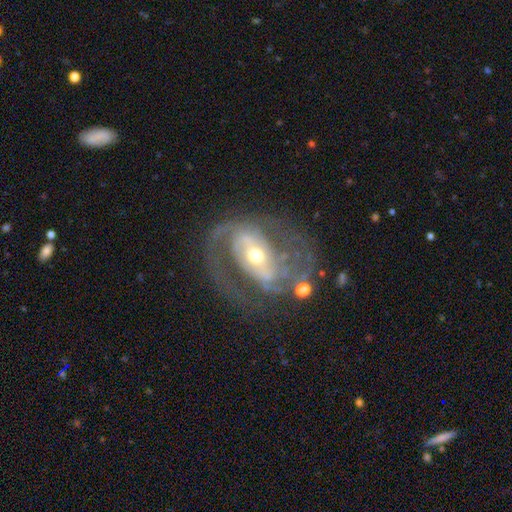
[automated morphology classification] smooth_or_featured: featured or disk (p=0.87) [alt: smooth p=0.08]
disk_edge_on: no (p=0.96) [alt: yes p=0.04]
bar: weak (p=0.38) [alt: strong p=0.37]
has_spiral_arms: yes (p=0.90) [alt: no p=0.10]
spiral_winding: medium (p=0.49) [alt: tight p=0.28]
spiral_arm_count: 2 (p=0.74) [alt: can't tell p=0.10]
bulge_size: moderate (p=0.60) [alt: small p=0.34]
merging: none (p=0.58) [alt: major disturbance p=0.20]